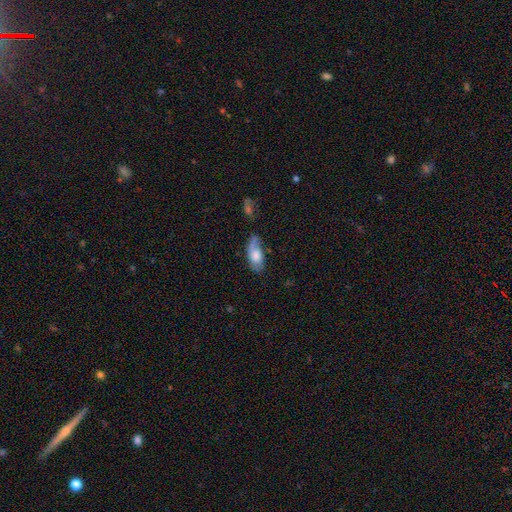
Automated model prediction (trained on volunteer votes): smooth-or-featured: smooth: 64% | featured or disk: 29% | star or artifact: 7%
  how-rounded: in between: 86% | cigar-shaped: 10% | round: 4%
  merging: none: 48% | minor disturbance: 32% | major disturbance: 13% | merger: 6%